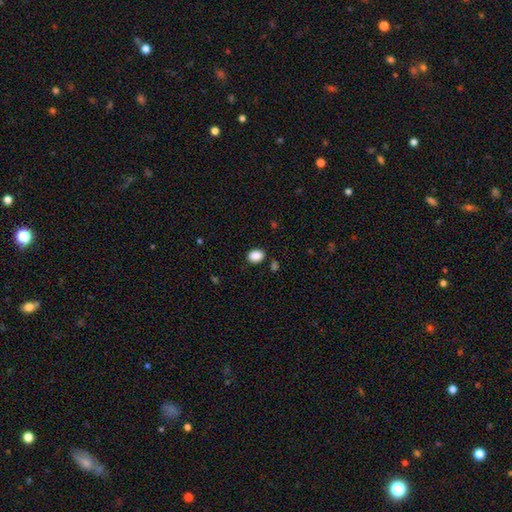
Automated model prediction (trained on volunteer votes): This is clearly a smooth galaxy (88%). How rounded: likely in between (72%). Merging: clearly none (84%).